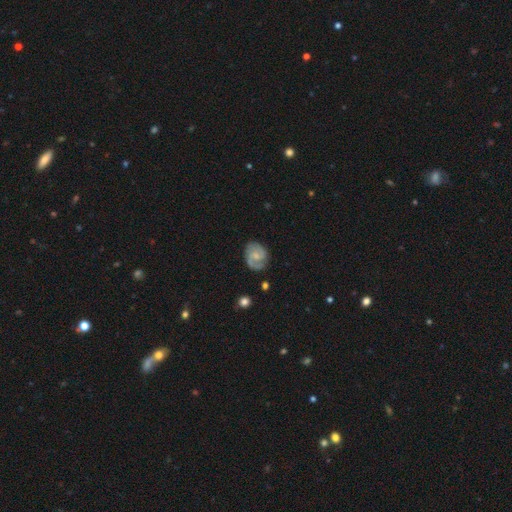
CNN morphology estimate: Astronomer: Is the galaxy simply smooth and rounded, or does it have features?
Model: featured or disk — 76%.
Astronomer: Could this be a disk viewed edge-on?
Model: no — 98%.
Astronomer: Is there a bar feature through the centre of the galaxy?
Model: no — 51% (runner-up: weak, 42%).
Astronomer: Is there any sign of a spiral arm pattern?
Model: yes — 95%.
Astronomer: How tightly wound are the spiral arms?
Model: medium — 46% (runner-up: tight, 40%).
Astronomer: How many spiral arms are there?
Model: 2 — 79%.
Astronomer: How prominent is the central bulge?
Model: small — 52% (runner-up: moderate, 30%).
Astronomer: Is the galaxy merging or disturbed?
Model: none — 74%.